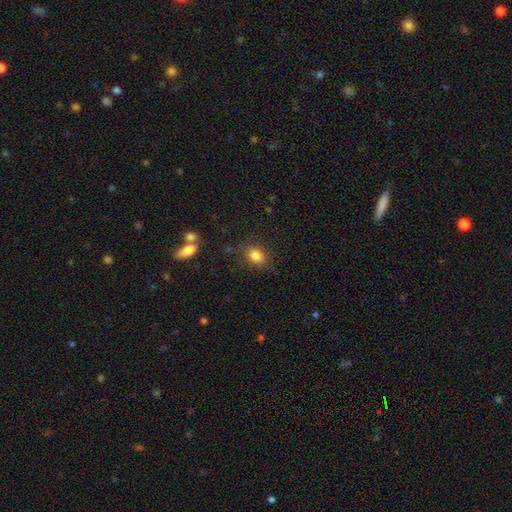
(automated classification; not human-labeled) This appears to be a smooth galaxy with no disk features (83%) that is round (53%). Merging: none (82%).